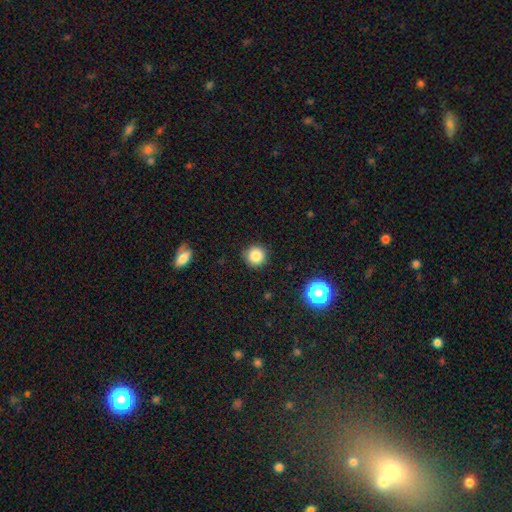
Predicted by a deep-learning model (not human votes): Smooth or featured: smooth — 83% (star or artifact — 12%)
How rounded: round — 94% (in between — 5%)
Merging: none — 89% (minor disturbance — 7%)